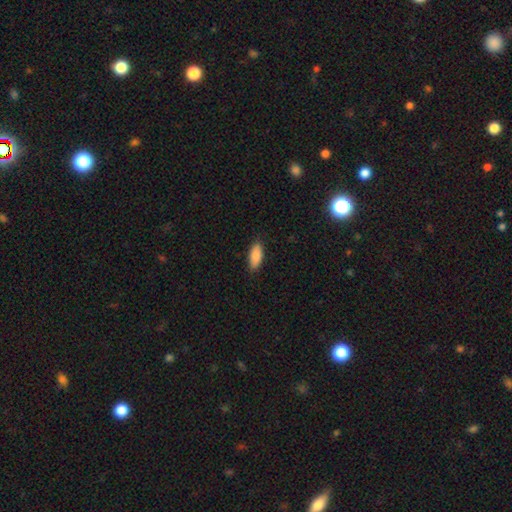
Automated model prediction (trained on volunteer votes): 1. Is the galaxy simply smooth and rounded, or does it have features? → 88% smooth, 6% star or artifact, 6% featured or disk.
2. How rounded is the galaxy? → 84% in between, 14% cigar-shaped, 2% round.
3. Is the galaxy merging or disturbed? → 86% none, 11% minor disturbance, 2% major disturbance, 1% merger.